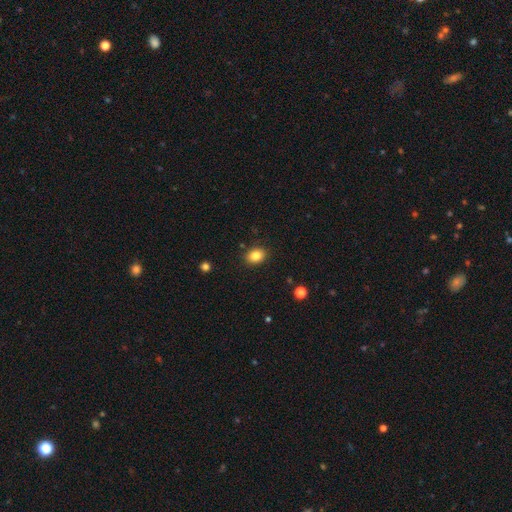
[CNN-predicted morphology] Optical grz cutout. It shows a smooth galaxy with no disk features (84%) that is in between round and cigar-shaped (61%). Merging: none (88%).